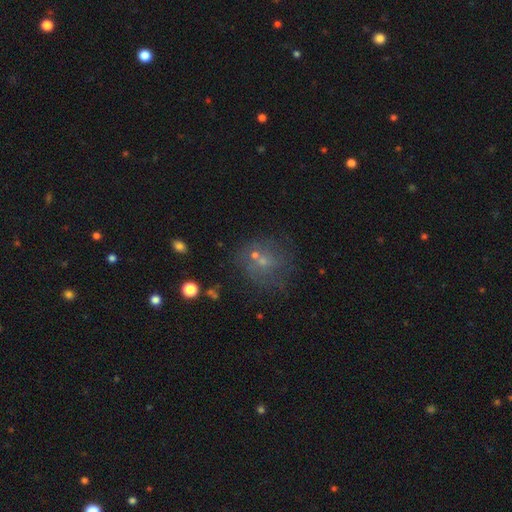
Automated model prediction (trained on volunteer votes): This is marginally a smooth galaxy (42%). Merging: possibly none (54%).